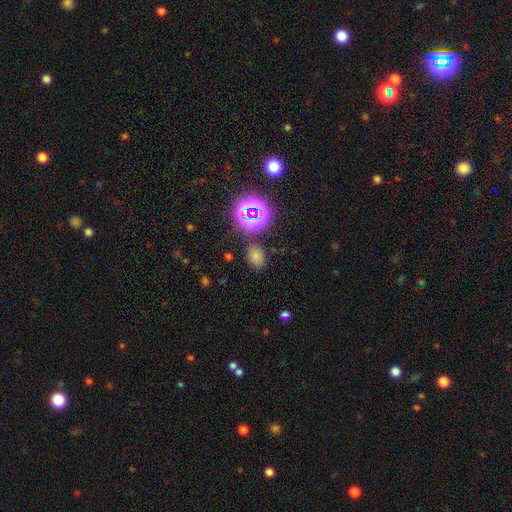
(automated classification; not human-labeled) Morphology: type=smooth (65%); roundness=in between (66%); merging=none (78%).